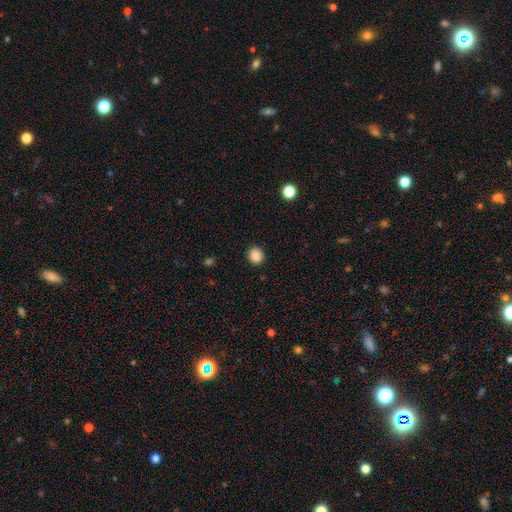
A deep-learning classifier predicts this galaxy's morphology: smooth 87%, star or artifact 10%, featured or disk 3%. Down the decision tree: how rounded — round (76%); merging — none (90%).